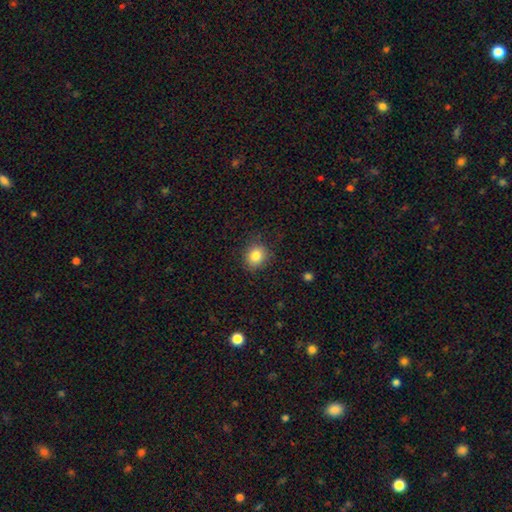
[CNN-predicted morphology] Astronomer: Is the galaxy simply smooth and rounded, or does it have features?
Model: smooth — 83%.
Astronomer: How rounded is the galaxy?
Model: round — 73%.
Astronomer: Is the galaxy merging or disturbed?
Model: none — 85%.